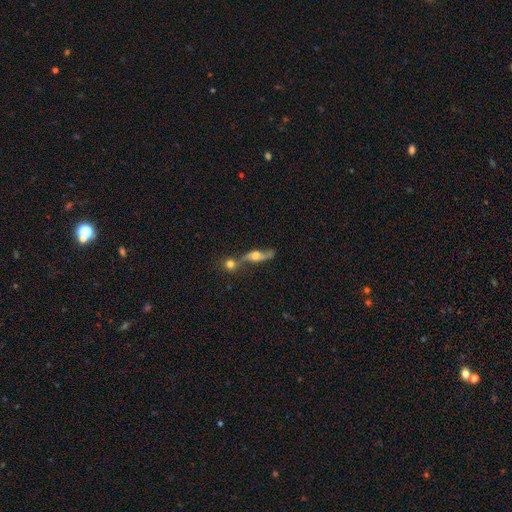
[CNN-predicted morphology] This is likely a featured or disk galaxy (66%). It is likely not viewed edge-on (69%). Merging: marginally merger (40%).